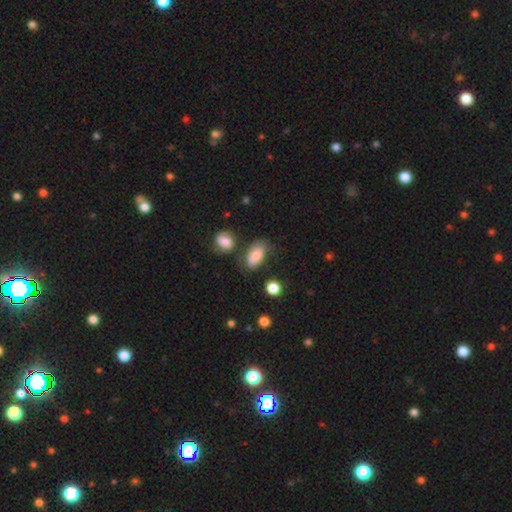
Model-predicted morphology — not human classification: The model was most divided on "merging": none: 59%, minor disturbance: 22%, merger: 11%, major disturbance: 8%. More confident: how rounded — in between (90%); smooth or featured — smooth (77%).